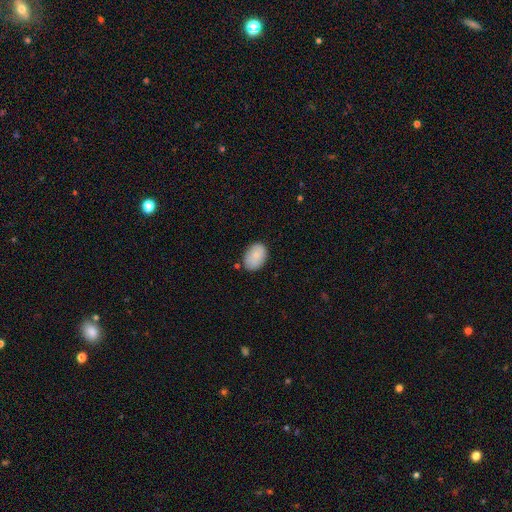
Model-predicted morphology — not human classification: The model was most divided on "merging": none: 77%, minor disturbance: 17%, major disturbance: 3%, merger: 3%. More confident: how rounded — in between (84%); smooth or featured — smooth (84%).